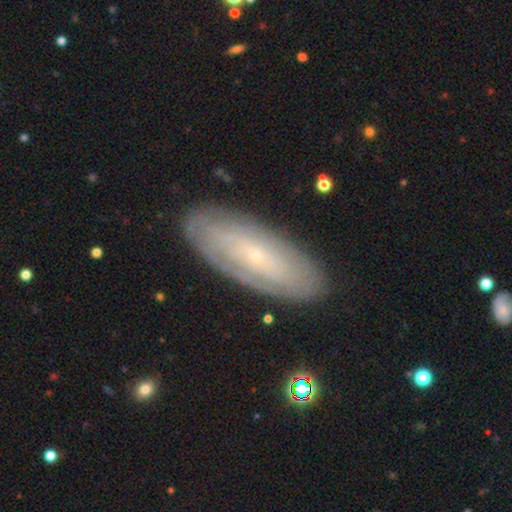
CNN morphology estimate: smooth-or-featured: featured or disk: 65% | smooth: 28% | star or artifact: 7%
  disk-edge-on: no: 84% | yes: 16%
    bar: no: 76% | weak: 19% | strong: 5%
    has-spiral-arms: yes: 72% | no: 28%
    bulge-size: small: 86% | moderate: 10% | none: 2% | large: 1% | dominant: 1%
  merging: none: 84% | minor disturbance: 12% | major disturbance: 3% | merger: 1%